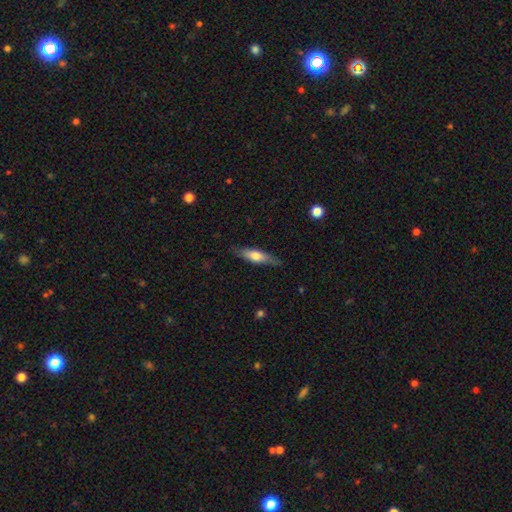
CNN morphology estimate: This is possibly a smooth galaxy (55%). How rounded: likely cigar-shaped (63%). Merging: likely none (79%).